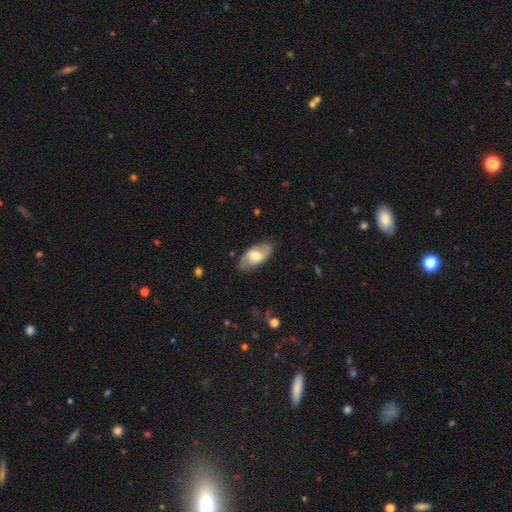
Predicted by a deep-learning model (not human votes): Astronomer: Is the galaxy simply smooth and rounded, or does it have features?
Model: smooth — 51% (runner-up: featured or disk, 43%).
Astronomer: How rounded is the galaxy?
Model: in between — 92%.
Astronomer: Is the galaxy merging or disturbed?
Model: none — 79%.